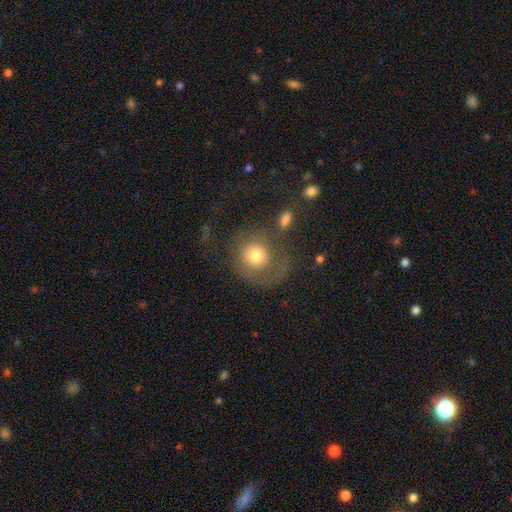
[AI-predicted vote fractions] A smooth galaxy with no disk features (62%) that is round (81%). Merging: none (47%).